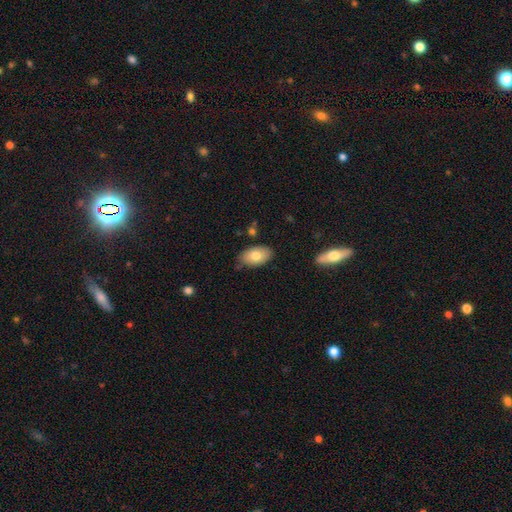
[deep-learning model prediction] This is likely a smooth galaxy (77%). How rounded: clearly in between (93%). Merging: likely none (79%).